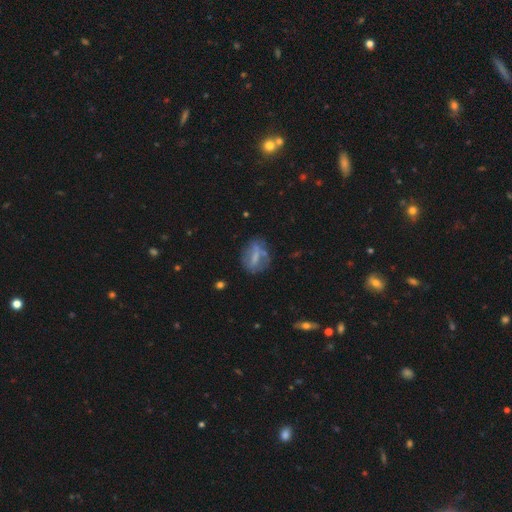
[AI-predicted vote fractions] Smooth or featured? Predicted: smooth (p=0.46). Merging? Predicted: none (p=0.58).